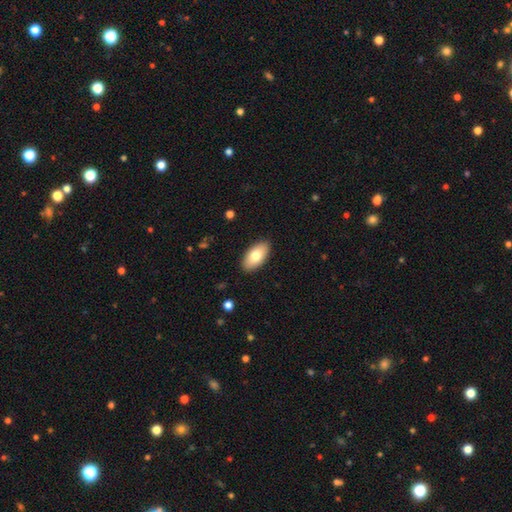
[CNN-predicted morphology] Smooth or featured? smooth (76%)
How rounded? in between (94%)
Merging? none (88%)